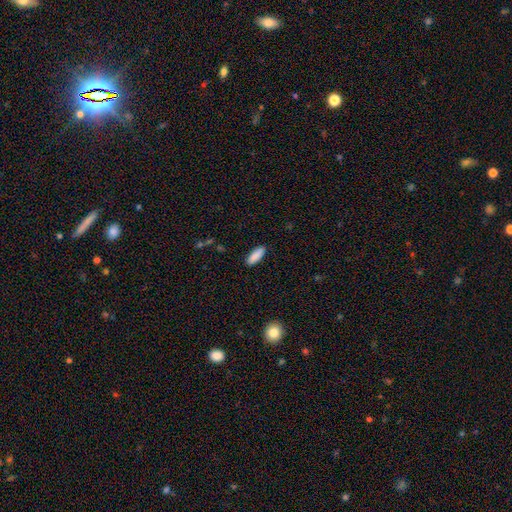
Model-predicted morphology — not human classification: Q: Smooth or featured?
A: smooth (89%); runner-up: star or artifact (6%)
Q: How rounded?
A: in between (58%); runner-up: cigar-shaped (41%)
Q: Merging?
A: none (89%); runner-up: minor disturbance (8%)